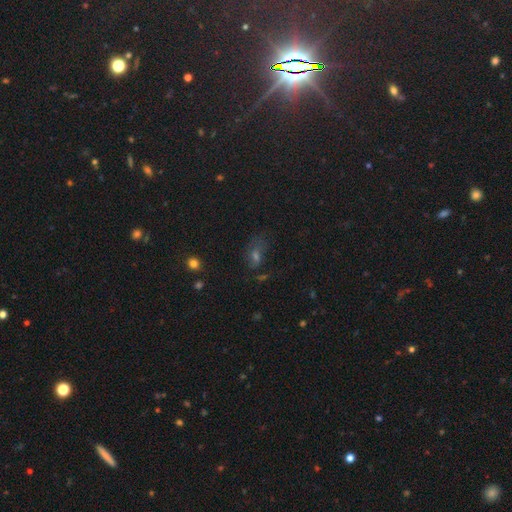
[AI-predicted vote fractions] A smooth galaxy with no disk features (43%).

Vote fractions:
- Smooth or featured? smooth: 43% / star or artifact: 36% / featured or disk: 21%
- Merging? none: 49% / minor disturbance: 24% / major disturbance: 21% / merger: 6%